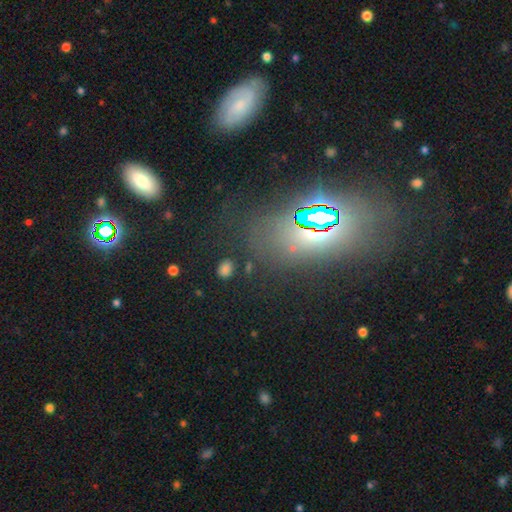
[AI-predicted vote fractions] star or artifact 52%, smooth 29%, featured or disk 19%.